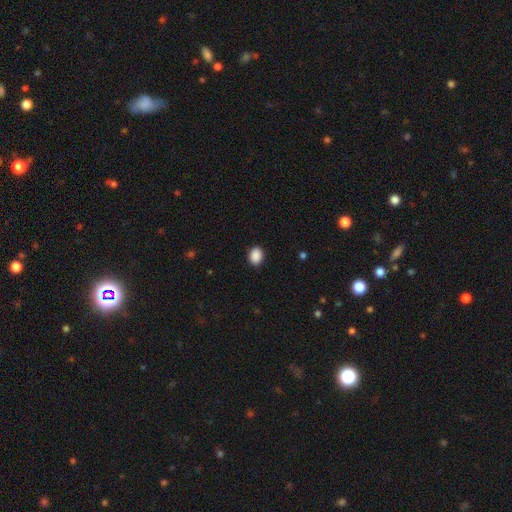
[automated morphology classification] smooth 90%, star or artifact 8%, featured or disk 2%. Down the decision tree: how rounded — in between (57%); merging — none (89%).